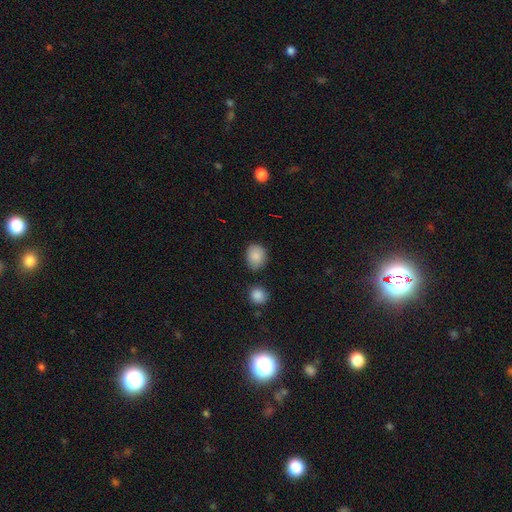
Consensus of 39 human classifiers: Morphology: type=smooth (97%); roundness=round (71%); merging=none (63%).